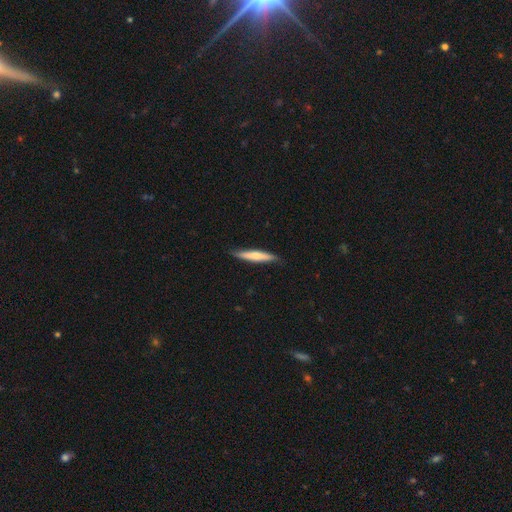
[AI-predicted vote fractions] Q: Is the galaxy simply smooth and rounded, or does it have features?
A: smooth — 60%.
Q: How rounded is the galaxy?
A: cigar-shaped — 92%.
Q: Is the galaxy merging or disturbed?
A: none — 86%.